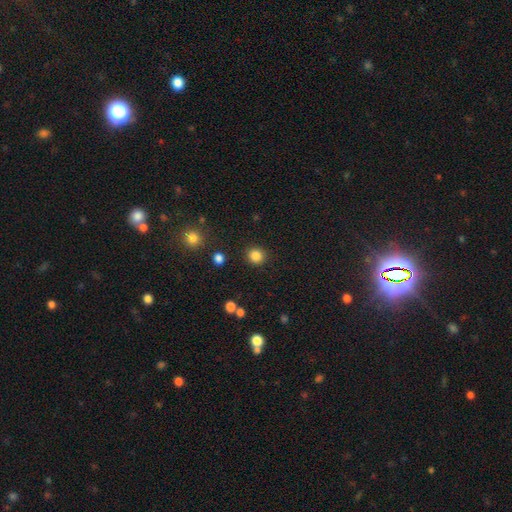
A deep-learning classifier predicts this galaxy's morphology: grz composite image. It shows a smooth galaxy with no disk features (85%) that is round (88%). Merging: none (89%).